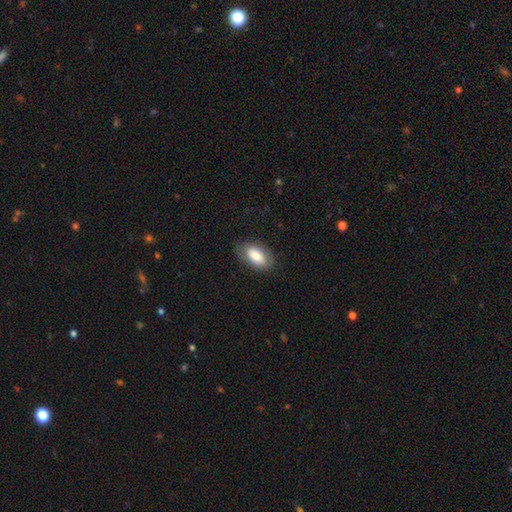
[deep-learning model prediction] smooth 82%, featured or disk 12%, star or artifact 6%. Down the decision tree: how rounded — in between (92%); merging — none (81%).